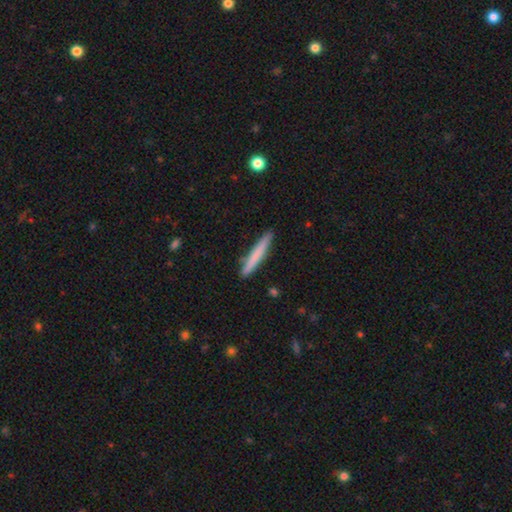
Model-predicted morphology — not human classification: smooth-or-featured: smooth: 71% | featured or disk: 24% | star or artifact: 6%
  how-rounded: cigar-shaped: 96% | in between: 3% | round: 1%
  merging: none: 88% | minor disturbance: 9% | merger: 2% | major disturbance: 2%